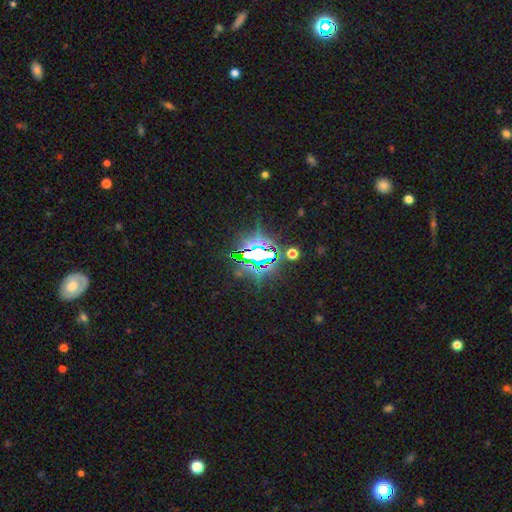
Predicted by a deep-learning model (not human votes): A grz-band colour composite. It shows a star or artifact, not a galaxy (85%).